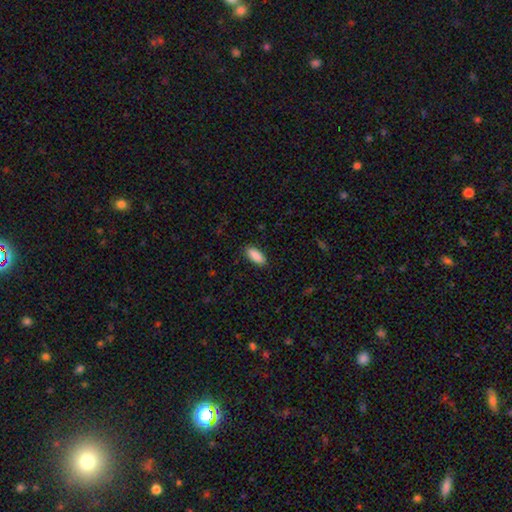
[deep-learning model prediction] Smooth or featured?
  - smooth: 90% *
  - star or artifact: 6%
  - featured or disk: 4%
How rounded?
  - in between: 84% *
  - cigar-shaped: 15%
  - round: 2%
Merging?
  - none: 89% *
  - minor disturbance: 8%
  - major disturbance: 2%
  - merger: 1%